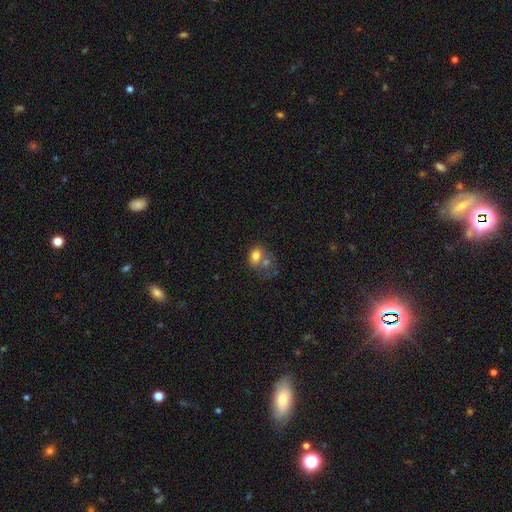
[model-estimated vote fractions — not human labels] Smooth or featured?
  - smooth: 70% *
  - featured or disk: 20%
  - star or artifact: 10%
How rounded?
  - in between: 53% *
  - round: 45%
  - cigar-shaped: 1%
Merging?
  - merger: 54% *
  - none: 22%
  - major disturbance: 12%
  - minor disturbance: 12%